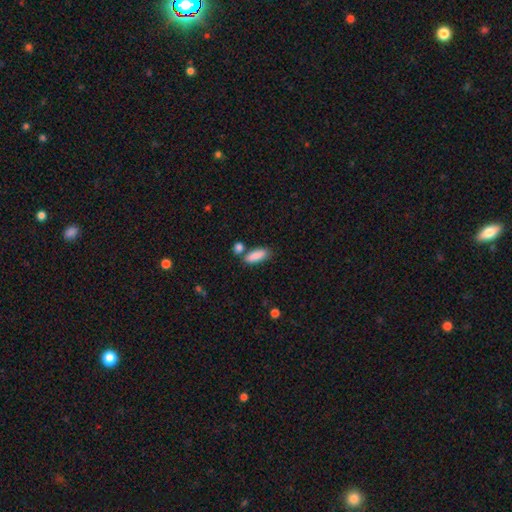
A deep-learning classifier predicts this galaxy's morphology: Q: Smooth or featured?
A: smooth (87%); runner-up: star or artifact (6%)
Q: How rounded?
A: in between (72%); runner-up: cigar-shaped (25%)
Q: Merging?
A: none (69%); runner-up: minor disturbance (14%)